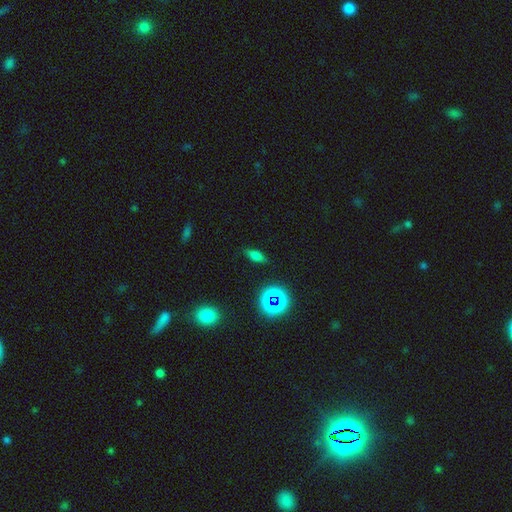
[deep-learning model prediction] The model was most divided on "how rounded": in between: 63%, cigar-shaped: 28%, round: 9%. More confident: merging — none (83%); smooth or featured — smooth (64%).